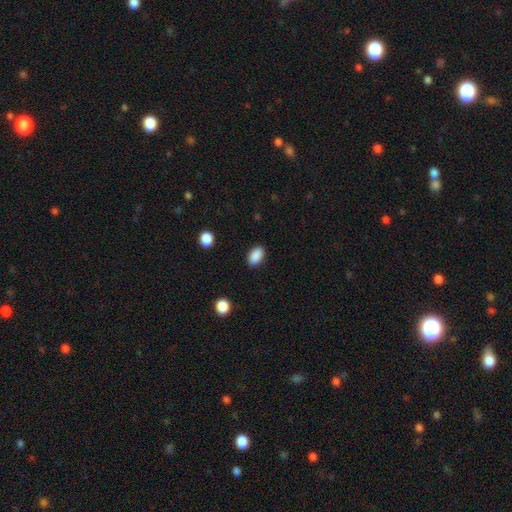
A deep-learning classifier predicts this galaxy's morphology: The model was most divided on "merging": none: 88%, minor disturbance: 8%, major disturbance: 2%, merger: 1%. More confident: how rounded — in between (89%); smooth or featured — smooth (89%).